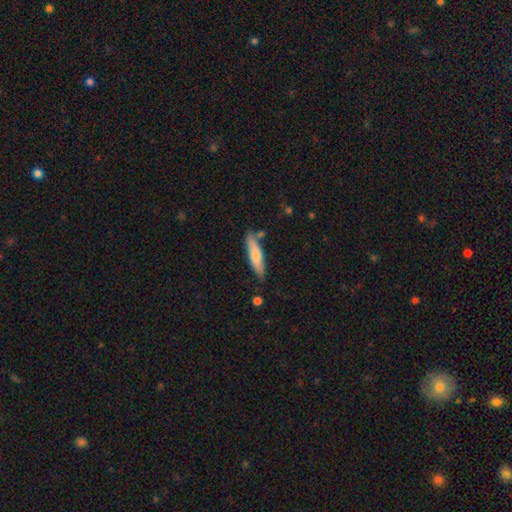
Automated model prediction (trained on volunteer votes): The model was most divided on "smooth or featured": smooth: 70%, featured or disk: 25%, star or artifact: 6%. More confident: how rounded — cigar-shaped (76%); merging — none (76%).